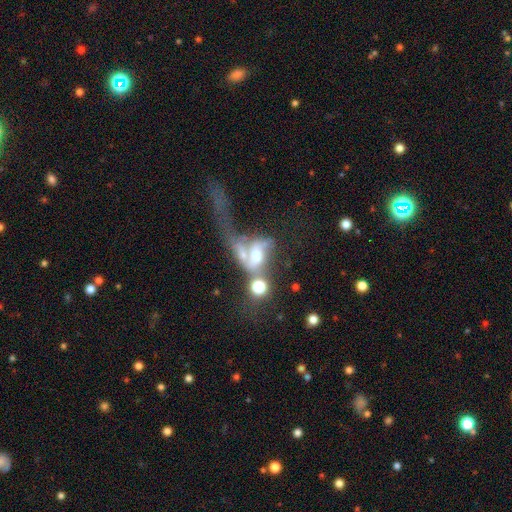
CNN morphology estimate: Q: Smooth or featured?
A: featured or disk (50%); runner-up: smooth (35%)
Q: Edge-on disk?
A: no (88%); runner-up: yes (12%)
Q: Merging?
A: merger (55%); runner-up: major disturbance (29%)